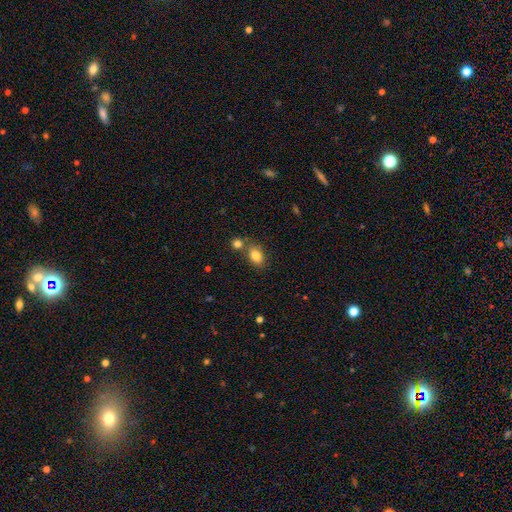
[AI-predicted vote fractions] The model was most divided on "merging": none: 64%, merger: 21%, minor disturbance: 12%, major disturbance: 3%. More confident: smooth or featured — smooth (83%); how rounded — in between (82%).